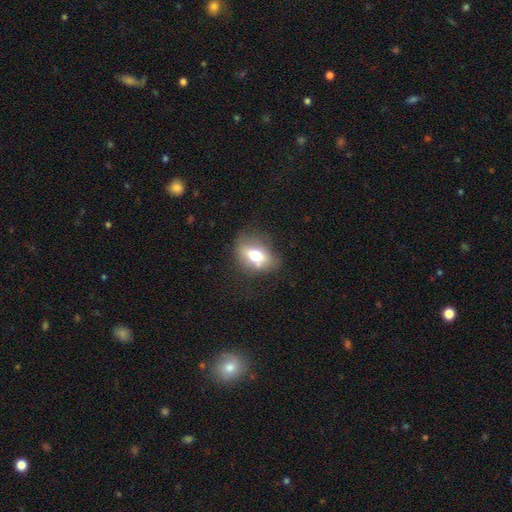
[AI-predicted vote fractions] smooth-or-featured: smooth: 61% | featured or disk: 29% | star or artifact: 10%
  how-rounded: in between: 70% | round: 26% | cigar-shaped: 4%
  merging: none: 67% | minor disturbance: 21% | major disturbance: 9% | merger: 3%